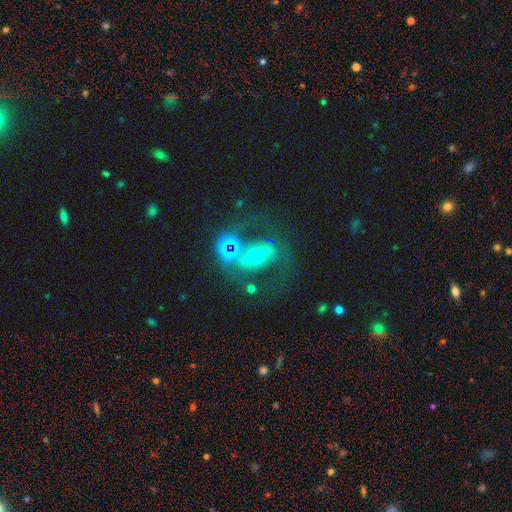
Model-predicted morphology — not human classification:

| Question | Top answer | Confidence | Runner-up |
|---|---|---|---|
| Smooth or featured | featured or disk | 51% | smooth (30%) |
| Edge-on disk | no | 88% | yes (12%) |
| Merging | none | 49% | major disturbance (17%) |